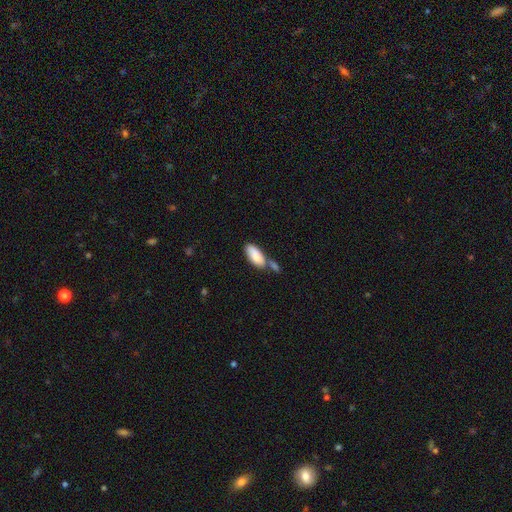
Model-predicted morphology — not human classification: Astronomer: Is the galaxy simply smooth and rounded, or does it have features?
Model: smooth — 86%.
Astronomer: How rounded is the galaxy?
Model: in between — 87%.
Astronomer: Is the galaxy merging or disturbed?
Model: none — 40% (runner-up: merger, 39%).